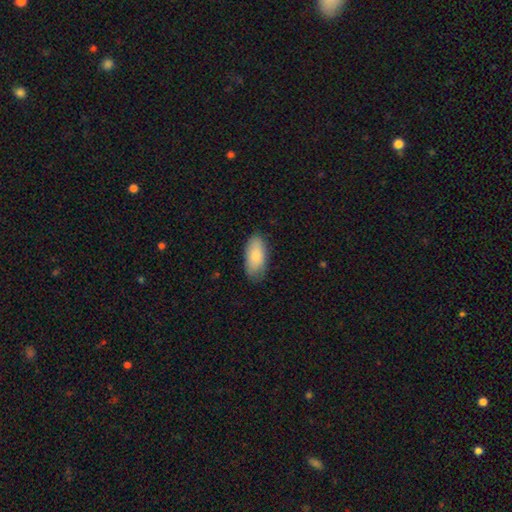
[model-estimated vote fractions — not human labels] Smooth or featured?
  - smooth: 83% *
  - featured or disk: 11%
  - star or artifact: 6%
How rounded?
  - in between: 92% *
  - cigar-shaped: 6%
  - round: 2%
Merging?
  - none: 80% *
  - minor disturbance: 16%
  - major disturbance: 3%
  - merger: 1%